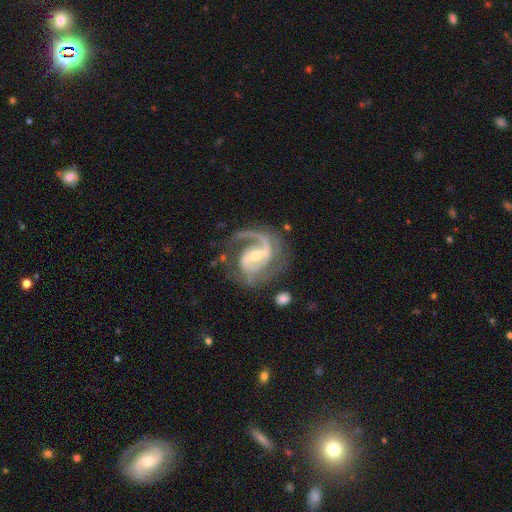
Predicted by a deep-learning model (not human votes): This appears to be a featured or disk galaxy (92%) with a weak bar (46%), 2 (67%) medium (55%) spiral arms (98%) and a small central bulge (50%). Merging: none (63%).